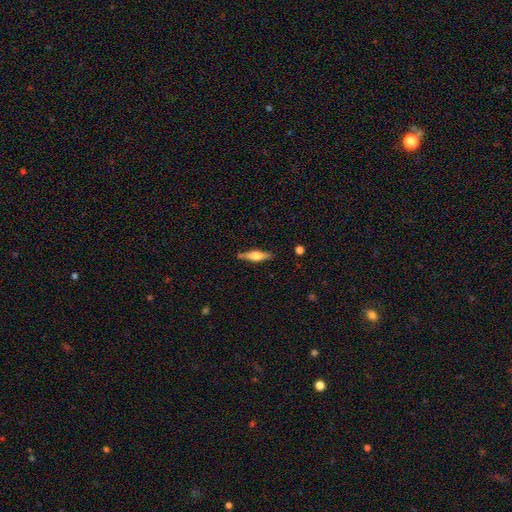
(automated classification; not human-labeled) This is possibly a featured or disk galaxy (51%). It is clearly viewed edge-on (94%). Merging: clearly none (85%).